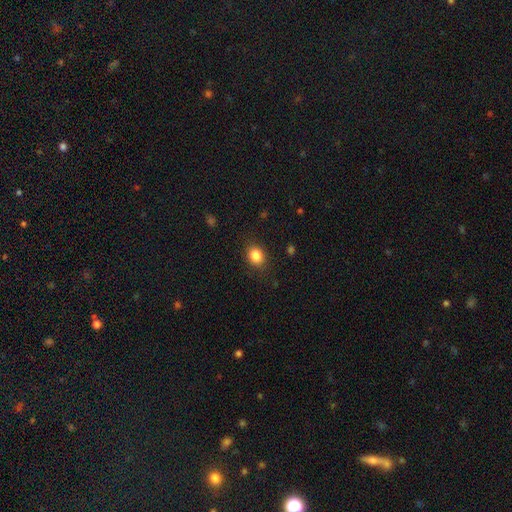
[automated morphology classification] Smooth or featured: smooth — 84% (star or artifact — 10%)
How rounded: round — 55% (in between — 45%)
Merging: none — 86% (minor disturbance — 10%)